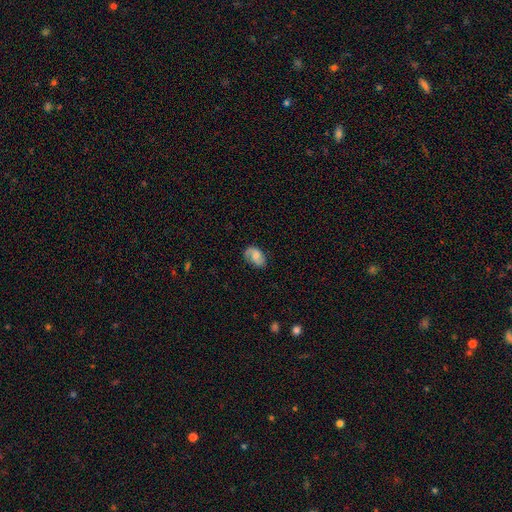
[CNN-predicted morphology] Smooth or featured?
  - smooth: 49% *
  - featured or disk: 43%
  - star or artifact: 8%
Merging?
  - none: 64% *
  - minor disturbance: 25%
  - major disturbance: 9%
  - merger: 2%